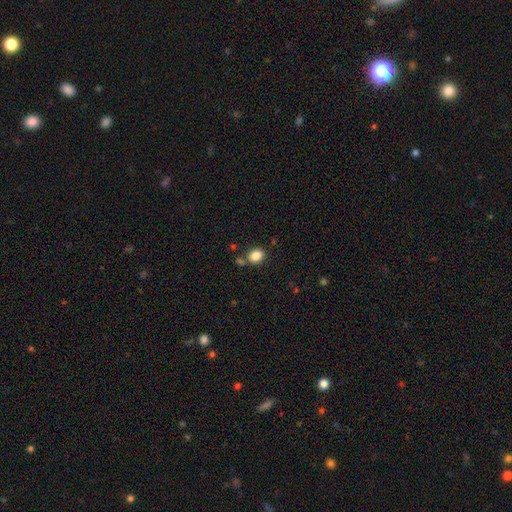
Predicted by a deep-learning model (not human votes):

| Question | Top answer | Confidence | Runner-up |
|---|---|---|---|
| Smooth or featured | smooth | 85% | star or artifact (10%) |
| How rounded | round | 50% | in between (49%) |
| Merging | none | 73% | merger (12%) |